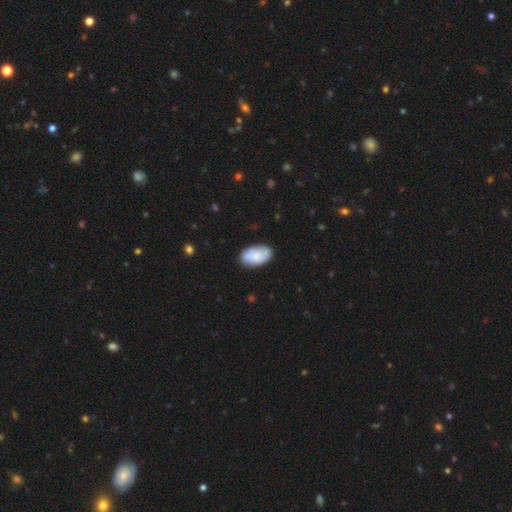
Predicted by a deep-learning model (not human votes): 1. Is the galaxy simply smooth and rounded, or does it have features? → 73% smooth, 21% featured or disk, 6% star or artifact.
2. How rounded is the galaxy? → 94% in between, 4% round, 1% cigar-shaped.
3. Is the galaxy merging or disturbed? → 81% none, 15% minor disturbance, 3% major disturbance, 1% merger.